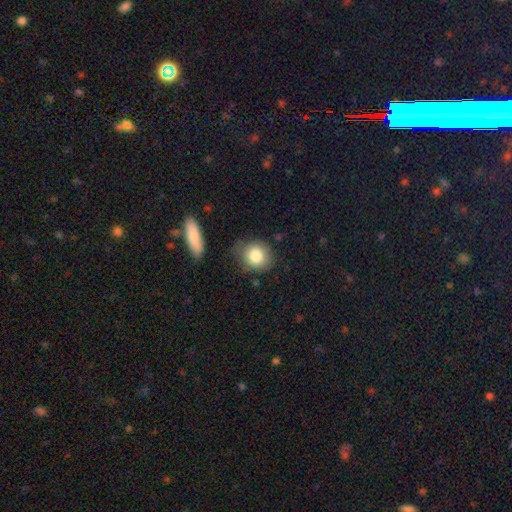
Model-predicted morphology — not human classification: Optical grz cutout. It shows a smooth galaxy with no disk features (83%) that is round (76%). Merging: none (73%).